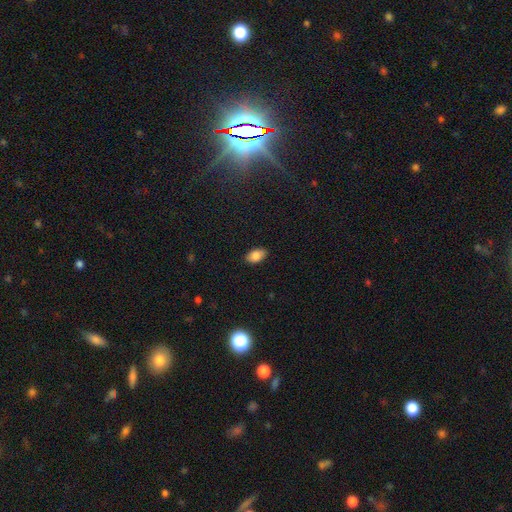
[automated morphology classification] smooth_or_featured: smooth (p=0.84) [alt: featured or disk p=0.08]
how_rounded: in between (p=0.92) [alt: round p=0.07]
merging: none (p=0.86) [alt: minor disturbance p=0.11]